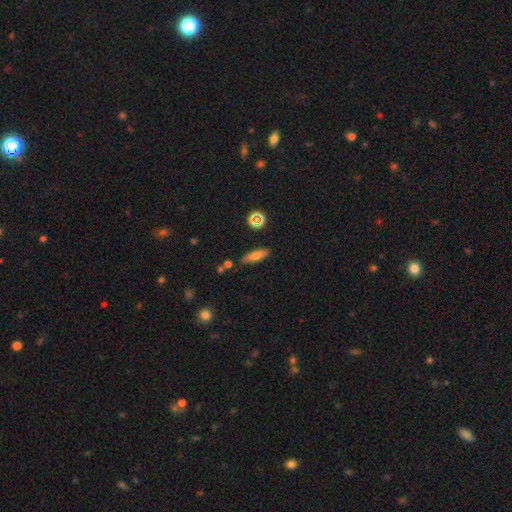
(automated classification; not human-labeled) Smooth or featured: smooth — 70% (featured or disk — 19%)
How rounded: cigar-shaped — 56% (in between — 40%)
Merging: none — 79% (minor disturbance — 13%)